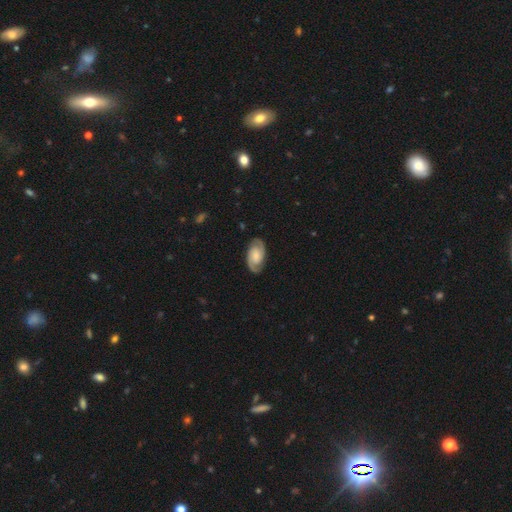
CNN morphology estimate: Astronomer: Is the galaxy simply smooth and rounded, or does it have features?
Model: featured or disk — 79%.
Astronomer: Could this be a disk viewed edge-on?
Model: no — 96%.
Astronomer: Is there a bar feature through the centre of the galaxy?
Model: no — 51% (runner-up: weak, 37%).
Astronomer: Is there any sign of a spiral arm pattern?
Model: yes — 96%.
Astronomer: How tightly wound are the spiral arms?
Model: tight — 47% (runner-up: medium, 42%).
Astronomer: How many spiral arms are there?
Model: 2 — 92%.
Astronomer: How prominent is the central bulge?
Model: none — 28% (runner-up: moderate, 27%).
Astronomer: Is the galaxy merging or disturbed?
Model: none — 86%.